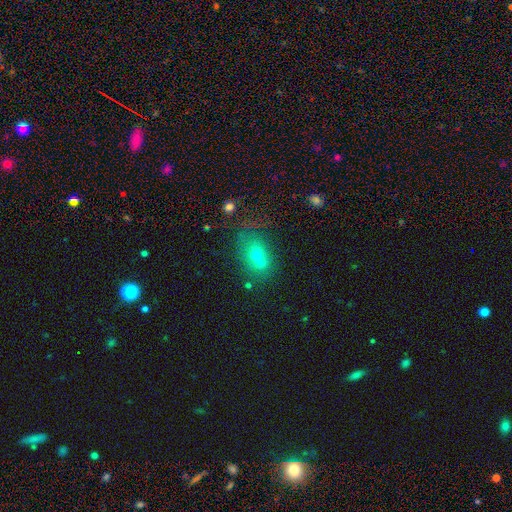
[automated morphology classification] A smooth galaxy with no disk features (58%) that is in between round and cigar-shaped (58%). Merging: merger (43%).